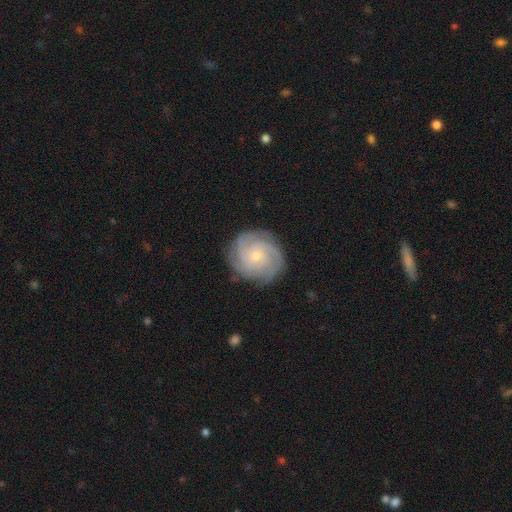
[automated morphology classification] The model was most divided on "spiral arm count": 4: 28%, 3: 26%, can't tell: 22%, 2: 10%, more than 4: 8%, 1: 7%. More confident: edge-on disk — no (98%); spiral arms — yes (97%); merging — none (83%); smooth or featured — featured or disk (81%); bar — no (72%); bulge size — small (72%); spiral winding — tight (68%).